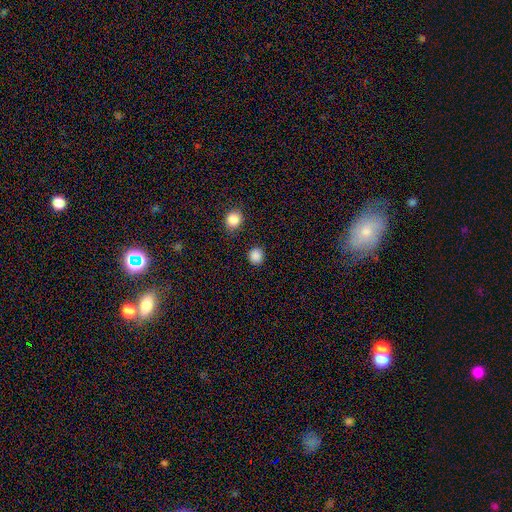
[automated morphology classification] A smooth galaxy with no disk features (87%) that is round (89%).

Vote fractions:
- Smooth or featured? smooth: 87% / star or artifact: 11% / featured or disk: 3%
- How rounded? round: 89% / in between: 10% / cigar-shaped: 1%
- Merging? none: 89% / minor disturbance: 7% / major disturbance: 2% / merger: 2%